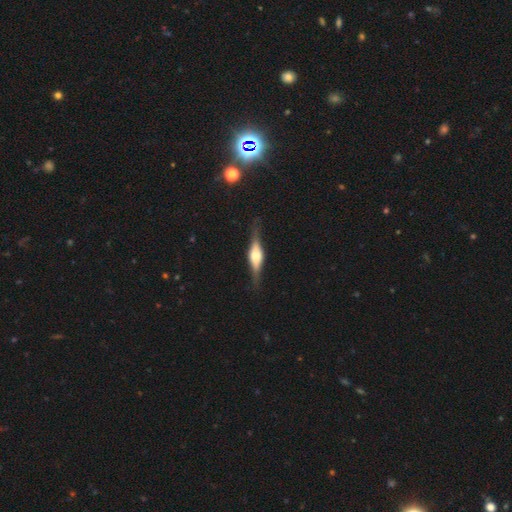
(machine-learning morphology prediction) Overall: featured or disk (75%). Edge-on disk: yes (96%). Edge-on bulge: rounded (83%). Merging: none (83%).